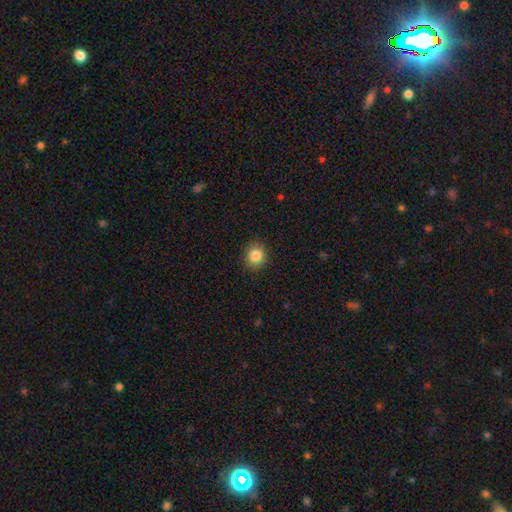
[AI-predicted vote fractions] Q: Smooth or featured?
A: smooth (85%); runner-up: star or artifact (10%)
Q: How rounded?
A: round (78%); runner-up: in between (21%)
Q: Merging?
A: none (89%); runner-up: minor disturbance (7%)